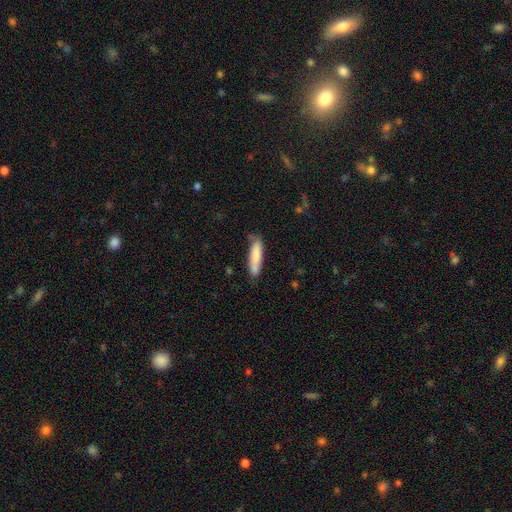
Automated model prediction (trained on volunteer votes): Smooth or featured? smooth (80%)
How rounded? cigar-shaped (77%)
Merging? none (72%)